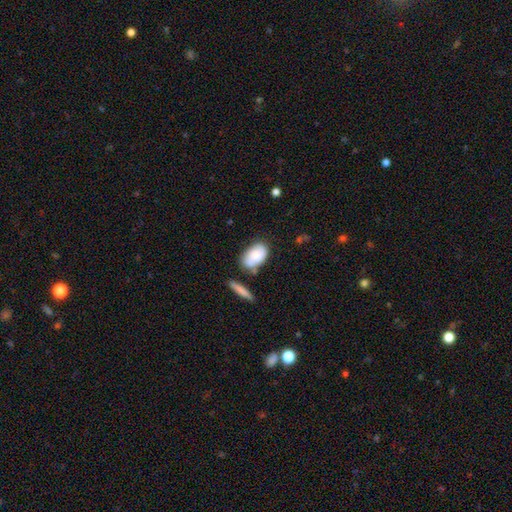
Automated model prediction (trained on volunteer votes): A smooth galaxy with no disk features (74%) that is in between round and cigar-shaped (90%).

Vote fractions:
- Smooth or featured? smooth: 74% / featured or disk: 19% / star or artifact: 7%
- How rounded? in between: 90% / round: 8% / cigar-shaped: 2%
- Merging? none: 54% / minor disturbance: 23% / merger: 16% / major disturbance: 7%